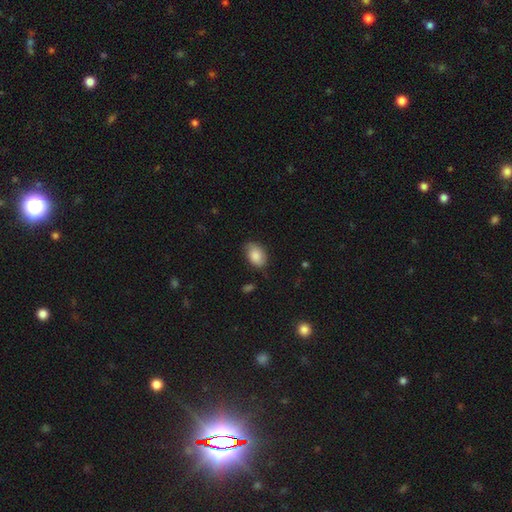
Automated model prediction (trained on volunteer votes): The model was most divided on "merging": none: 67%, minor disturbance: 26%, major disturbance: 6%, merger: 2%. More confident: how rounded — in between (86%); smooth or featured — smooth (76%).